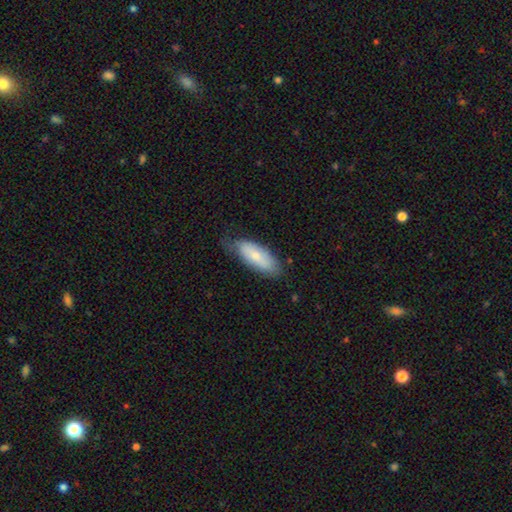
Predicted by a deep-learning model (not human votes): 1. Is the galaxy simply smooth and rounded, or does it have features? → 71% smooth, 23% featured or disk, 6% star or artifact.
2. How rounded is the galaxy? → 76% in between, 22% cigar-shaped, 2% round.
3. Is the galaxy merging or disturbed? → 62% none, 30% minor disturbance, 7% major disturbance, 2% merger.